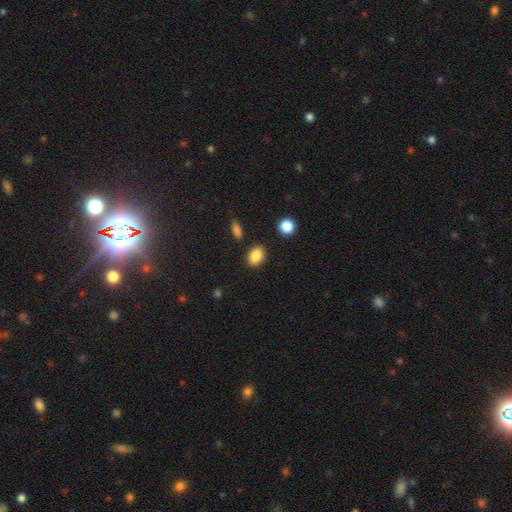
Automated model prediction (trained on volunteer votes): This is clearly a smooth galaxy (86%). How rounded: likely in between (71%). Merging: clearly none (84%).